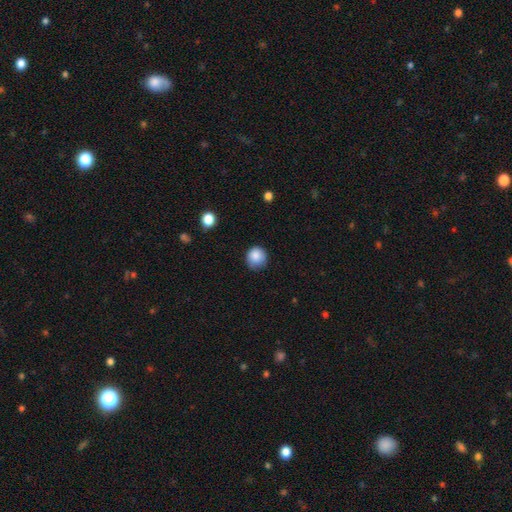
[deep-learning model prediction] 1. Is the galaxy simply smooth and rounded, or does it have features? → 87% smooth, 9% star or artifact, 4% featured or disk.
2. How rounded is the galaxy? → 91% round, 8% in between, 1% cigar-shaped.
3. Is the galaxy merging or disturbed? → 77% none, 18% minor disturbance, 3% major disturbance, 1% merger.